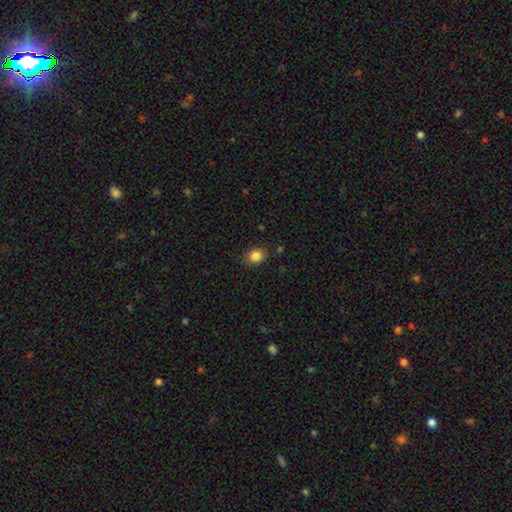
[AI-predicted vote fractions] This appears to be a smooth galaxy with no disk features (85%) that is round (54%). Merging: none (83%).